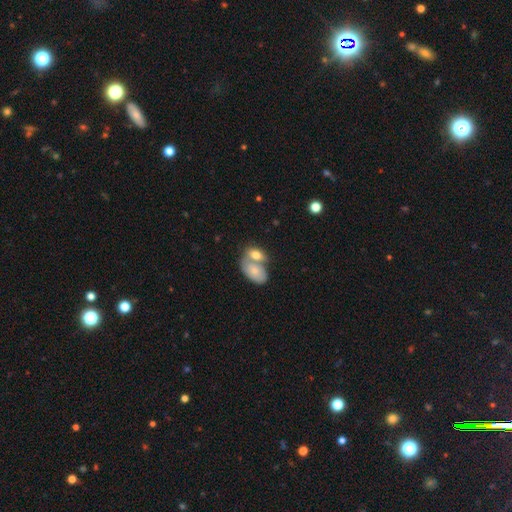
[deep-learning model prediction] This is likely a smooth galaxy (75%). How rounded: clearly in between (87%). Merging: likely merger (64%).